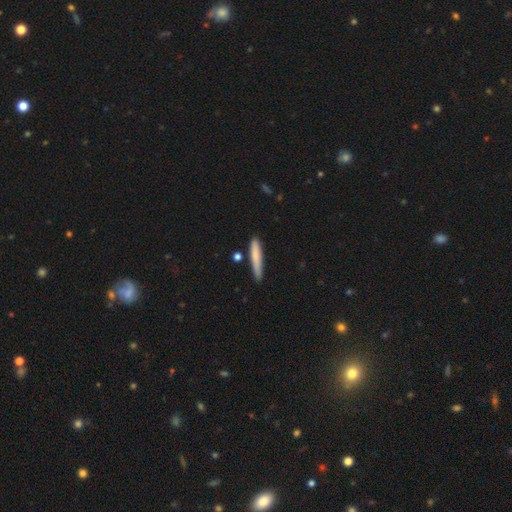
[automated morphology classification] Smooth or featured? smooth (77%)
How rounded? cigar-shaped (94%)
Merging? none (78%)